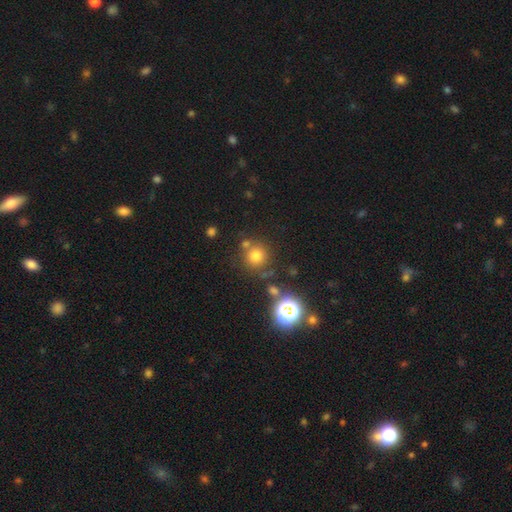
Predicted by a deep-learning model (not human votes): smooth-or-featured: smooth: 70% | star or artifact: 21% | featured or disk: 8%
  how-rounded: round: 93% | in between: 6% | cigar-shaped: 1%
  merging: none: 73% | merger: 13% | minor disturbance: 9% | major disturbance: 5%